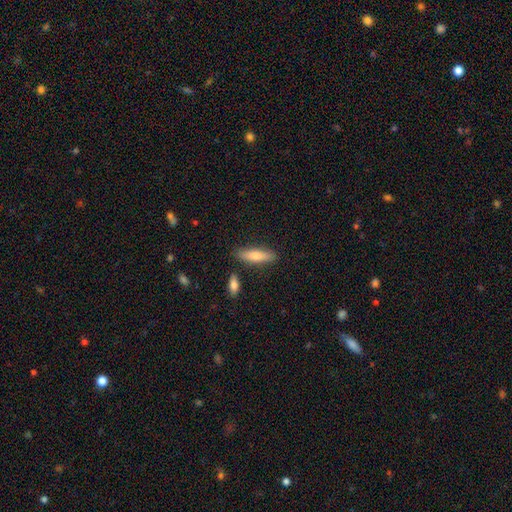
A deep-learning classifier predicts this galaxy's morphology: A smooth galaxy with no disk features (75%) that is cigar-shaped (65%).

Vote fractions:
- Smooth or featured? smooth: 75% / featured or disk: 19% / star or artifact: 6%
- How rounded? cigar-shaped: 65% / in between: 33% / round: 2%
- Merging? none: 83% / minor disturbance: 10% / merger: 4% / major disturbance: 2%